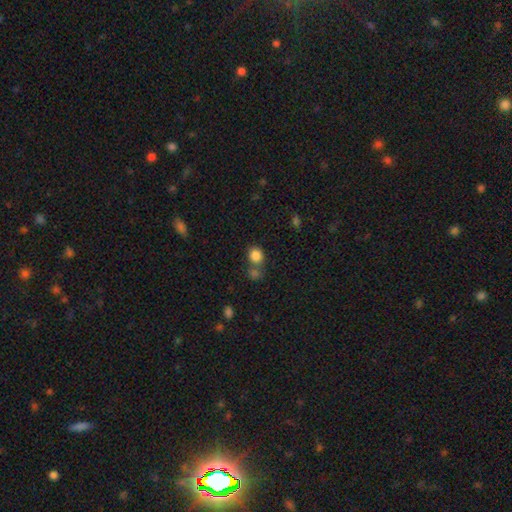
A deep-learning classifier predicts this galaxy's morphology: Smooth or featured? smooth (84%)
How rounded? round (76%)
Merging? none (60%)